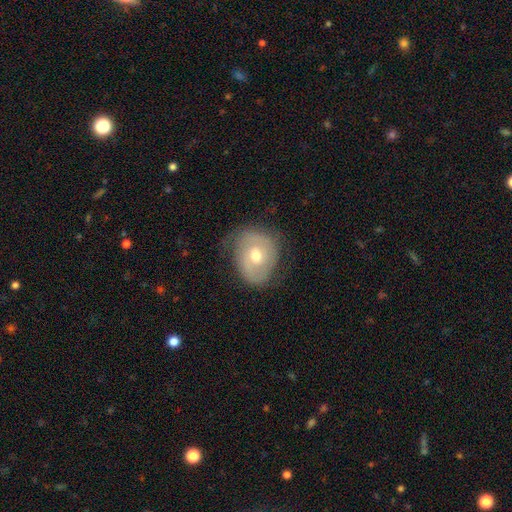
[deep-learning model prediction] Morphology: type=featured or disk (56%); edge-on=no (95%); bar=no (68%); spiral arms=yes (65%); bulge=moderate (74%); merging=none (66%).